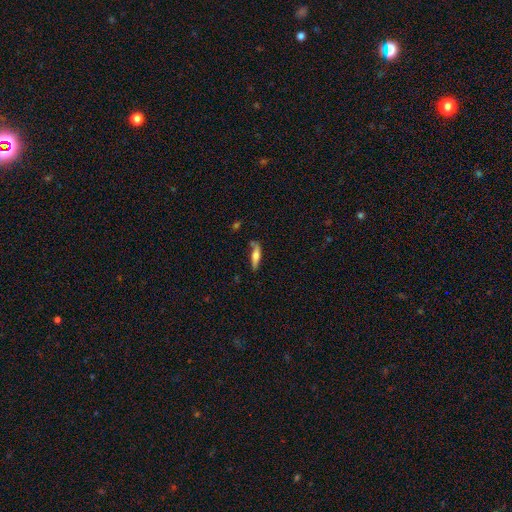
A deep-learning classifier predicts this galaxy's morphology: Smooth or featured? smooth (54%)
How rounded? cigar-shaped (72%)
Merging? none (71%)